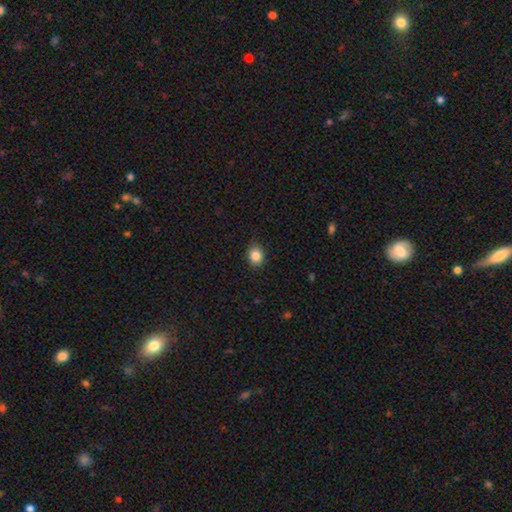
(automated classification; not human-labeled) smooth-or-featured: smooth: 86% | star or artifact: 10% | featured or disk: 5%
  how-rounded: round: 61% | in between: 39% | cigar-shaped: 1%
  merging: none: 85% | minor disturbance: 12% | major disturbance: 2% | merger: 1%